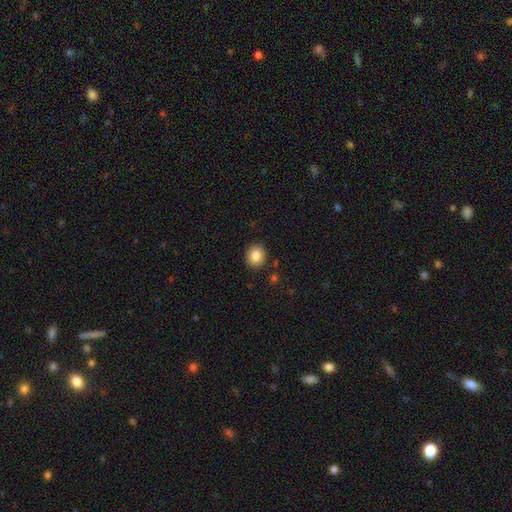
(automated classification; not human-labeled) This is clearly a smooth galaxy (85%). How rounded: likely round (75%). Merging: clearly none (89%).